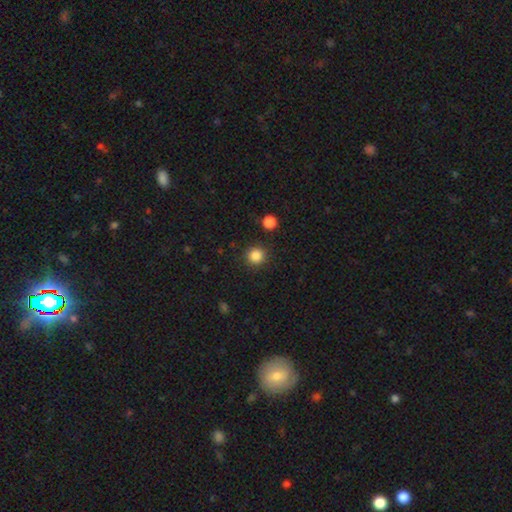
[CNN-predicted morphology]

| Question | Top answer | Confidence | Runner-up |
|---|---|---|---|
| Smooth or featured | smooth | 85% | star or artifact (11%) |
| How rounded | round | 94% | in between (5%) |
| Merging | none | 90% | minor disturbance (5%) |